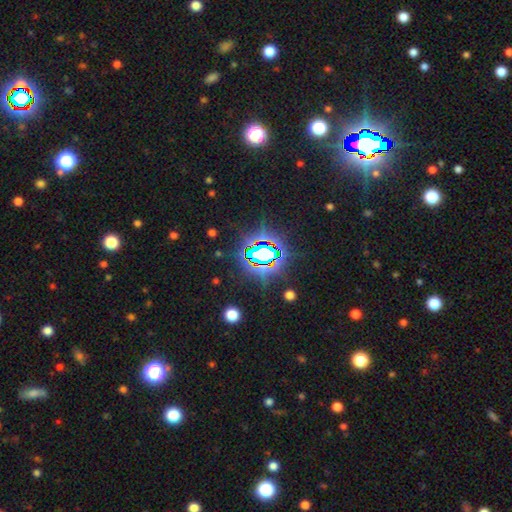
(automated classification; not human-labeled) A star or artifact, not a galaxy (80%).